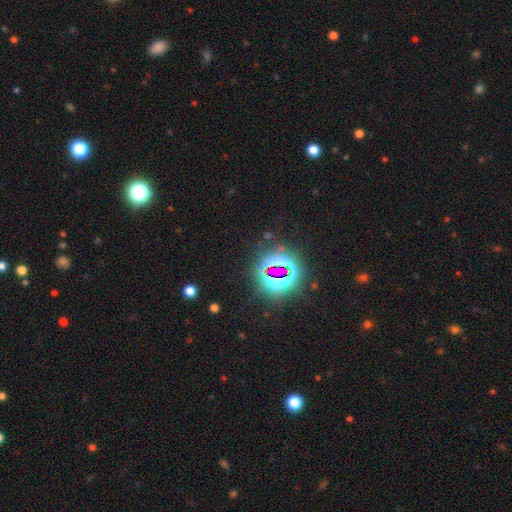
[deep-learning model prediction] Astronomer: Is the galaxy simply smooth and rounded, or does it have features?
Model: star or artifact — 77%.